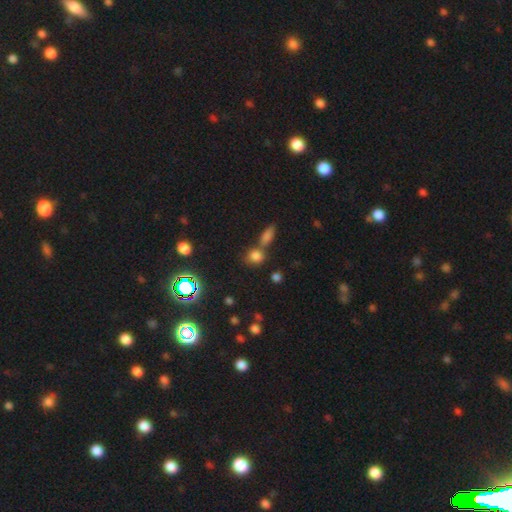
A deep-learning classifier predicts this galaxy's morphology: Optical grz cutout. It shows a smooth galaxy with no disk features (75%) that is round (52%). Merging: none (50%).